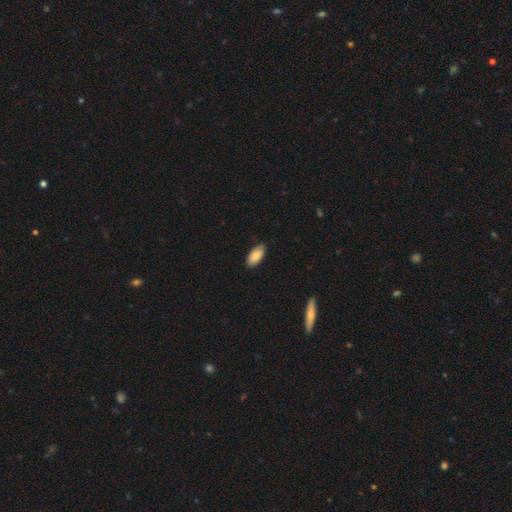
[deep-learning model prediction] smooth 84%, featured or disk 10%, star or artifact 6%. Down the decision tree: how rounded — in between (92%); merging — none (84%).